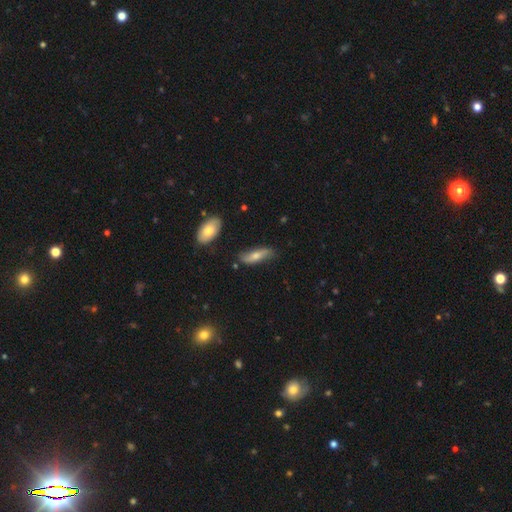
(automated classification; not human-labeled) A smooth galaxy with no disk features (52%) that is in between round and cigar-shaped (50%). Merging: none (74%).